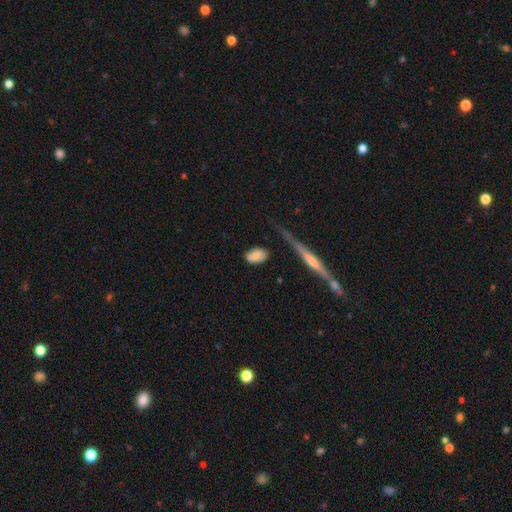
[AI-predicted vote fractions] smooth_or_featured: smooth (p=0.79) [alt: featured or disk p=0.14]
how_rounded: in between (p=0.85) [alt: round p=0.11]
merging: none (p=0.66) [alt: minor disturbance p=0.21]